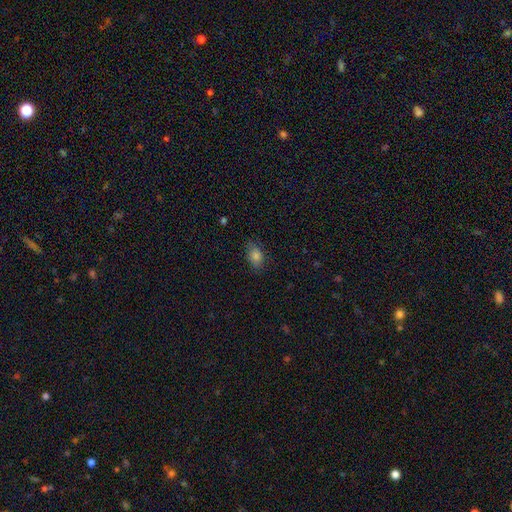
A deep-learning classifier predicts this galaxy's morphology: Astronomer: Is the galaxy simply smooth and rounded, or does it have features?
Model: smooth — 77%.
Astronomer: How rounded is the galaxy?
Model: in between — 81%.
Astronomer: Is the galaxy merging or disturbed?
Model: none — 79%.